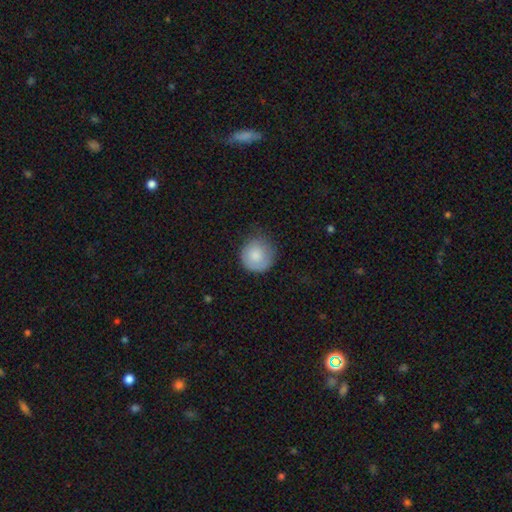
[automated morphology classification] smooth 80%, featured or disk 13%, star or artifact 7%. Down the decision tree: how rounded — round (92%); merging — none (69%).